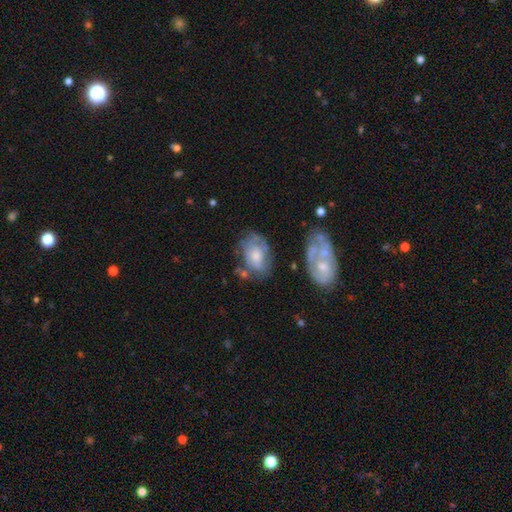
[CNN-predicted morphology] A featured or disk galaxy (47%). Merging: none (50%).